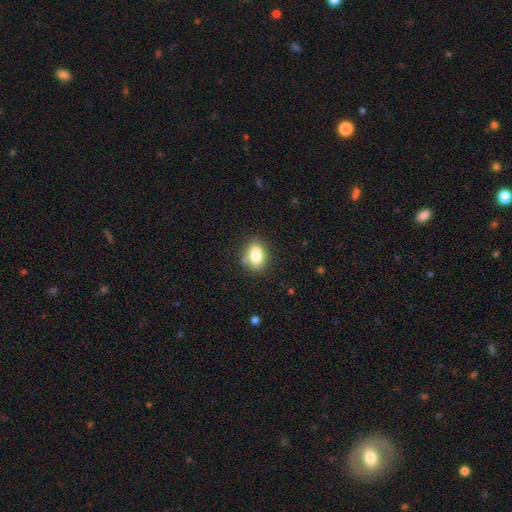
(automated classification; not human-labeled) Smooth or featured? Predicted: smooth (p=0.79). How rounded? Predicted: in between (p=0.66). Merging? Predicted: none (p=0.70).